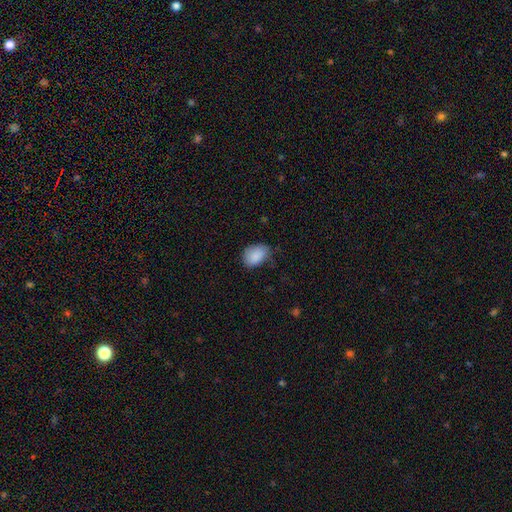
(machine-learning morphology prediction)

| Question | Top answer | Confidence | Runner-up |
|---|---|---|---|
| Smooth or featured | smooth | 88% | star or artifact (7%) |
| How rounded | in between | 80% | round (19%) |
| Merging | none | 61% | minor disturbance (31%) |